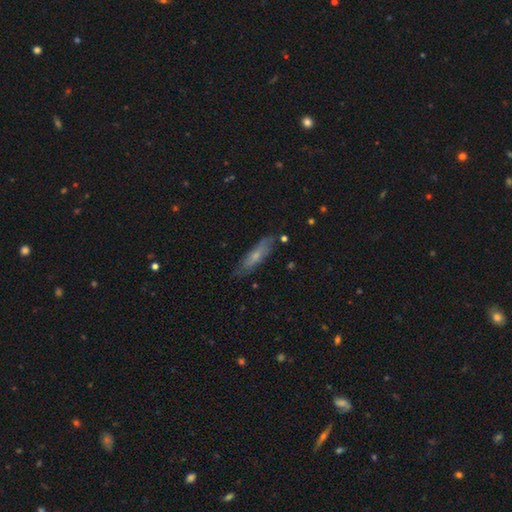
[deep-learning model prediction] A smooth galaxy with no disk features (54%) that is cigar-shaped (69%). Merging: none (76%).